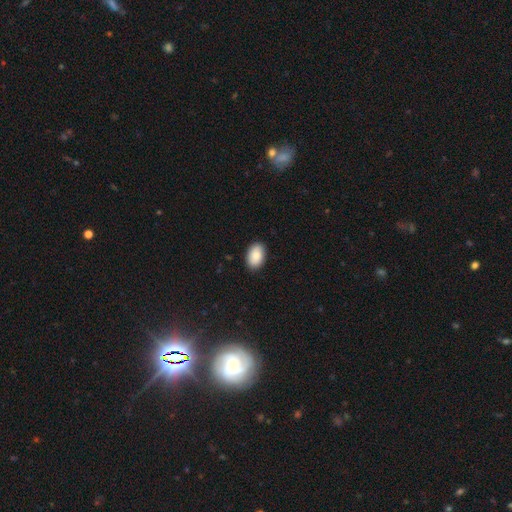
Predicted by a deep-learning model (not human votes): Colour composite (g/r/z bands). It shows a smooth galaxy with no disk features (87%) that is in between round and cigar-shaped (89%). Merging: none (89%).